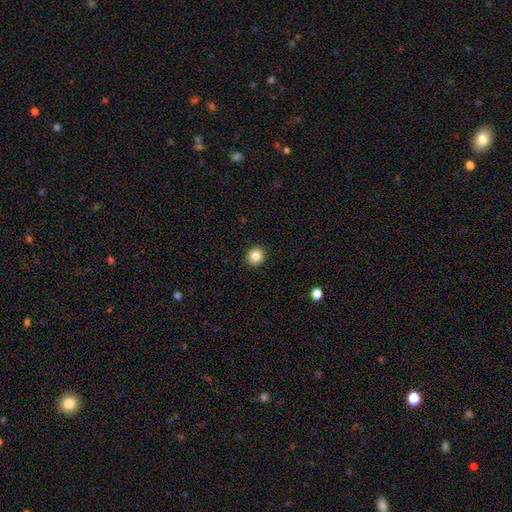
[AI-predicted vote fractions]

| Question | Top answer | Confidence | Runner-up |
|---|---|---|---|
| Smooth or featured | smooth | 84% | star or artifact (10%) |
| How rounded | round | 86% | in between (13%) |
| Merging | none | 92% | minor disturbance (6%) |